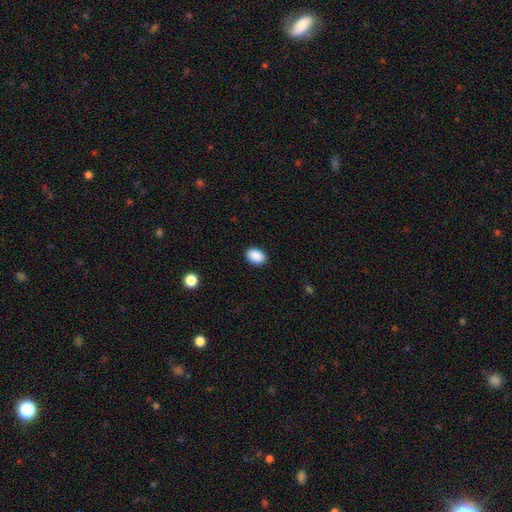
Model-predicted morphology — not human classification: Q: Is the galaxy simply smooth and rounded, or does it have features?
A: smooth — 90%.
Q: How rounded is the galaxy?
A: in between — 84%.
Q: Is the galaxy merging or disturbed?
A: none — 90%.